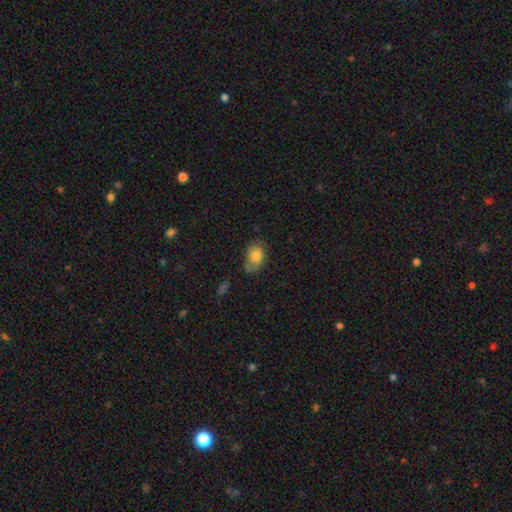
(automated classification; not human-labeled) A smooth galaxy with no disk features (74%) that is in between round and cigar-shaped (81%).

Vote fractions:
- Smooth or featured? smooth: 74% / featured or disk: 18% / star or artifact: 8%
- How rounded? in between: 81% / round: 18% / cigar-shaped: 1%
- Merging? none: 55% / minor disturbance: 30% / major disturbance: 10% / merger: 5%